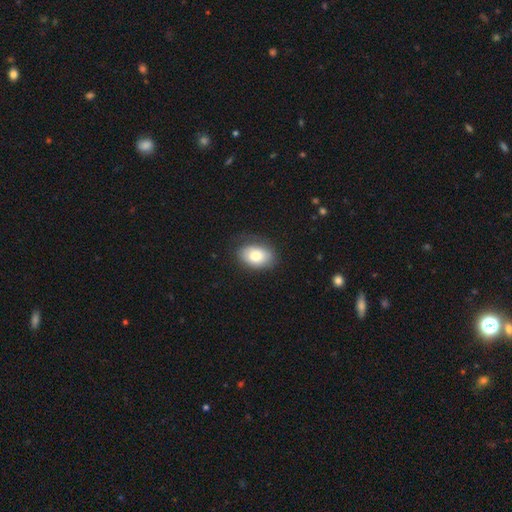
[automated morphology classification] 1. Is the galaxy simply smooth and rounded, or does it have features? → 79% smooth, 14% featured or disk, 7% star or artifact.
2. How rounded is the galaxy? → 85% in between, 14% round, 1% cigar-shaped.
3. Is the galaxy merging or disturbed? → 75% none, 18% minor disturbance, 6% major disturbance, 1% merger.